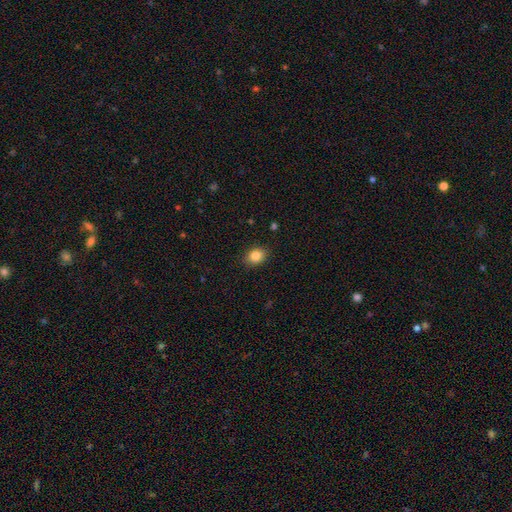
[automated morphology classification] Q: Smooth or featured?
A: smooth (85%); runner-up: star or artifact (10%)
Q: How rounded?
A: in between (58%); runner-up: round (41%)
Q: Merging?
A: none (88%); runner-up: minor disturbance (9%)